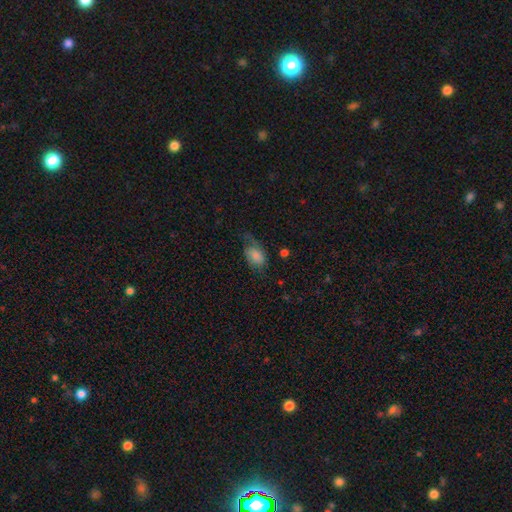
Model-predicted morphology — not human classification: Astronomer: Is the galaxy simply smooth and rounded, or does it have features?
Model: smooth — 71%.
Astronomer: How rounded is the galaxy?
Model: in between — 88%.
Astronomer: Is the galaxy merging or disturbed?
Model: none — 39% (runner-up: minor disturbance, 32%).